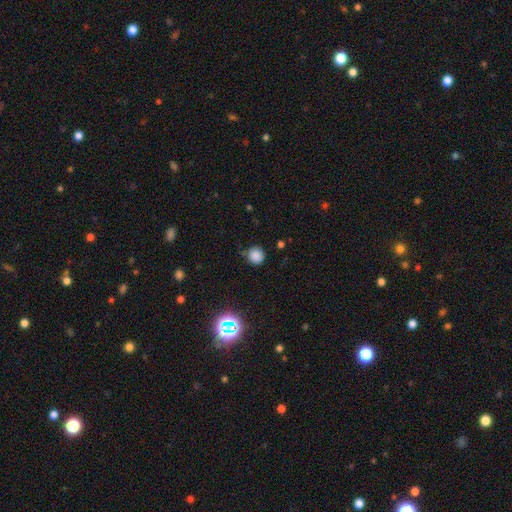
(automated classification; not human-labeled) This is clearly a smooth galaxy (81%). How rounded: clearly round (92%). Merging: likely none (79%).